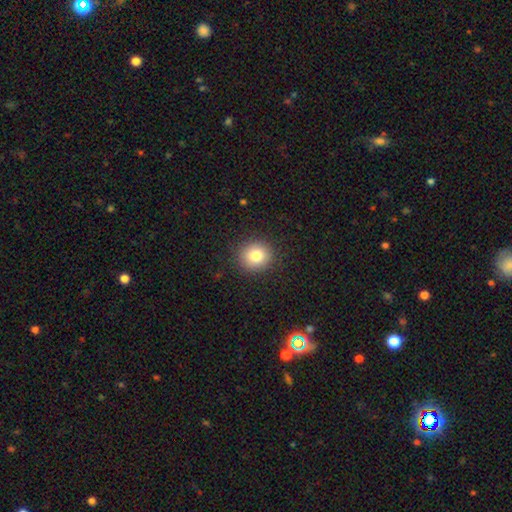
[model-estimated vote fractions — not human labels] smooth-or-featured: smooth: 82% | star or artifact: 11% | featured or disk: 8%
  how-rounded: round: 86% | in between: 13% | cigar-shaped: 1%
  merging: none: 90% | minor disturbance: 7% | major disturbance: 2% | merger: 1%